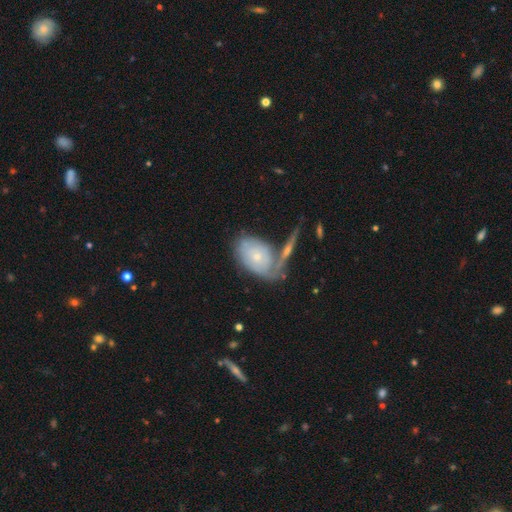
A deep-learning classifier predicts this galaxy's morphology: smooth_or_featured: featured or disk (p=0.56) [alt: smooth p=0.37]
disk_edge_on: no (p=0.89) [alt: yes p=0.11]
bar: no (p=0.84) [alt: weak p=0.13]
has_spiral_arms: yes (p=0.64) [alt: no p=0.36]
bulge_size: small (p=0.66) [alt: moderate p=0.30]
merging: none (p=0.45) [alt: merger p=0.26]